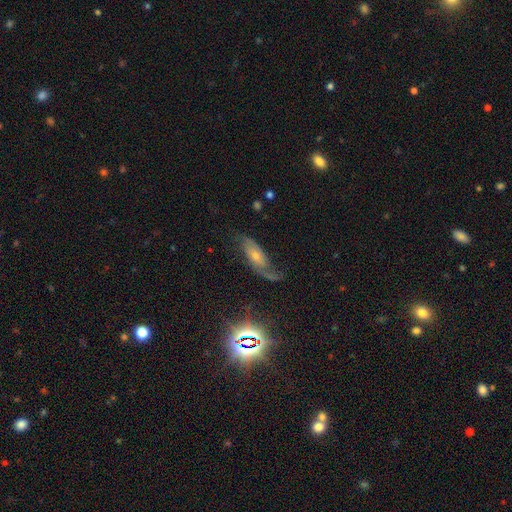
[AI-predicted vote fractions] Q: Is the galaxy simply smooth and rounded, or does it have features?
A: featured or disk — 65%.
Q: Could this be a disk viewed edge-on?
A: no — 87%.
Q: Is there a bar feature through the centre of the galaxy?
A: no — 66%.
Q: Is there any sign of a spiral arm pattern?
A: yes — 88%.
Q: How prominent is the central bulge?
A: small — 48%.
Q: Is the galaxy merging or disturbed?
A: none — 53%.